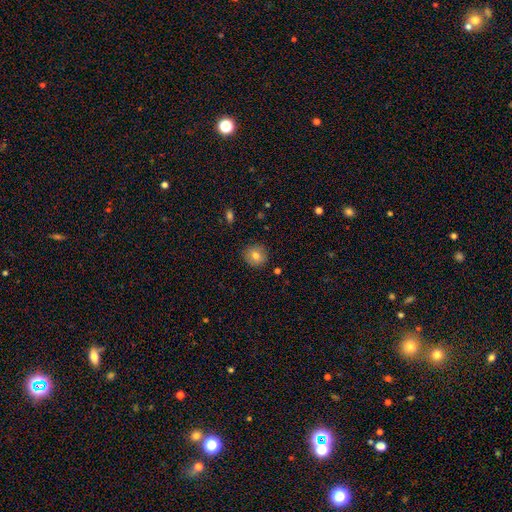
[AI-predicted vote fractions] Overall: smooth (75%). How rounded: round (89%). Merging: none (87%).